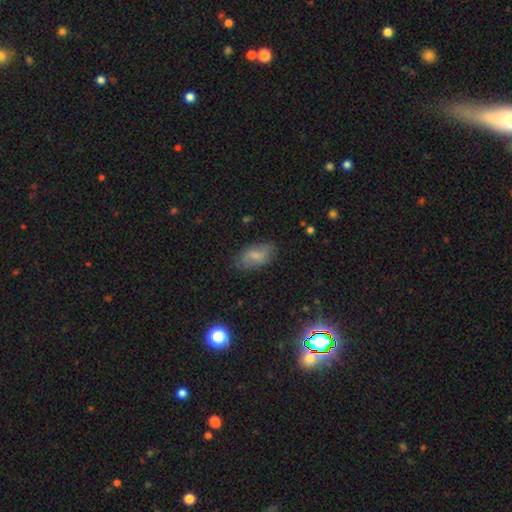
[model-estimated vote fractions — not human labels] Smooth or featured: smooth — 64% (featured or disk — 26%)
How rounded: in between — 91% (round — 5%)
Merging: none — 75% (minor disturbance — 18%)